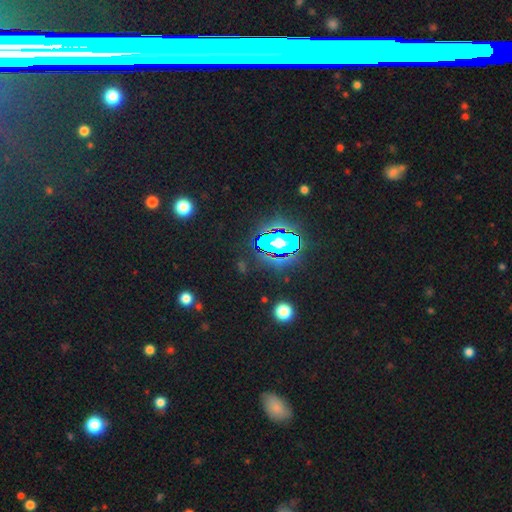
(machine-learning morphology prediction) A star or artifact, not a galaxy (73%).

Vote fractions:
- Smooth or featured? star or artifact: 73% / smooth: 14% / featured or disk: 13%